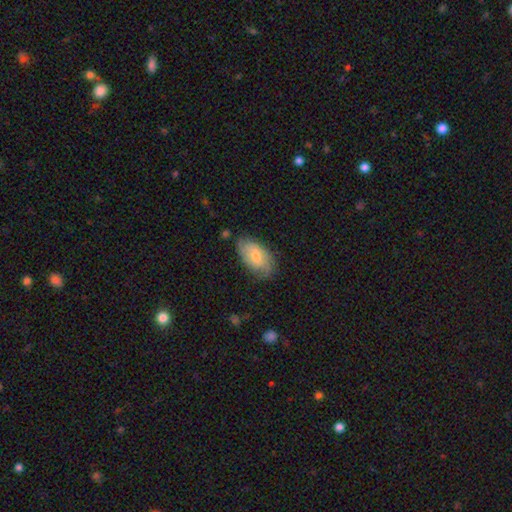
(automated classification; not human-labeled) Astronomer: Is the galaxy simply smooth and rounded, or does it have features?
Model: smooth — 63%.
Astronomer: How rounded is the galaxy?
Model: in between — 93%.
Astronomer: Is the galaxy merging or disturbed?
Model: none — 67%.